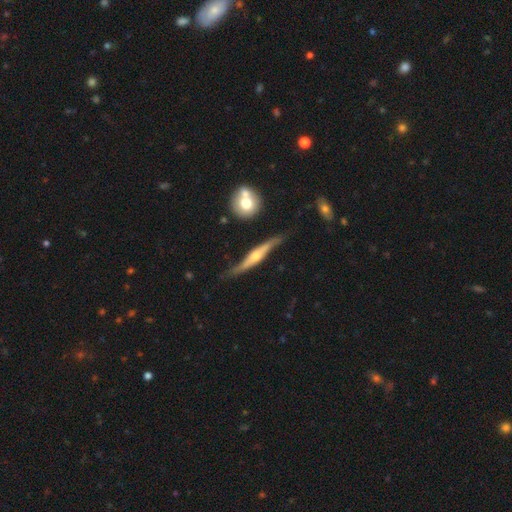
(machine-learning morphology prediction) smooth_or_featured: featured or disk (p=0.80) [alt: smooth p=0.15]
disk_edge_on: yes (p=0.85) [alt: no p=0.15]
edge_on_bulge: rounded (p=0.87) [alt: boxy p=0.07]
merging: none (p=0.65) [alt: minor disturbance p=0.24]